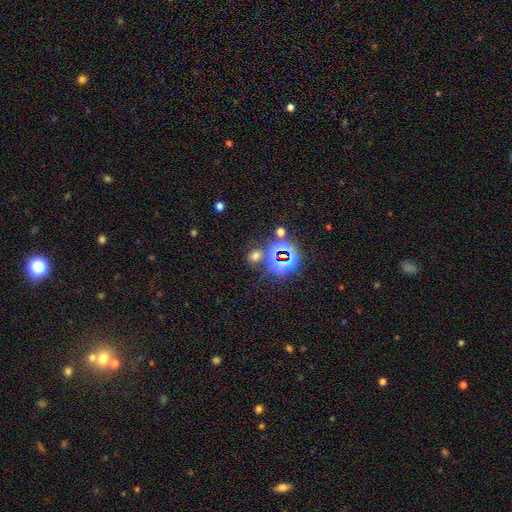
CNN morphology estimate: smooth 53%, star or artifact 39%, featured or disk 8%. Down the decision tree: how rounded — round (53%); merging — none (73%).